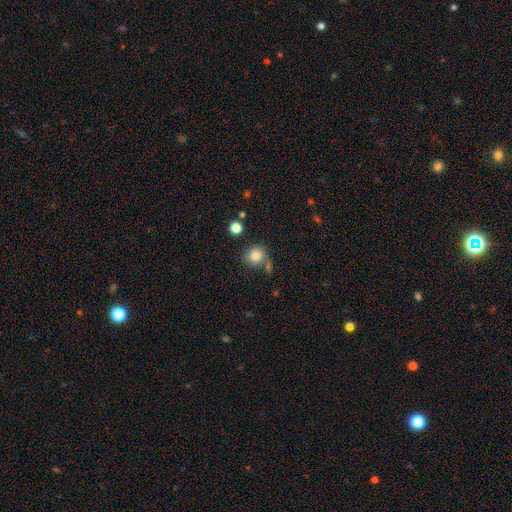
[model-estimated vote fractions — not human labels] A smooth galaxy with no disk features (83%) that is round (85%).

Vote fractions:
- Smooth or featured? smooth: 83% / star or artifact: 11% / featured or disk: 7%
- How rounded? round: 85% / in between: 14% / cigar-shaped: 1%
- Merging? none: 65% / minor disturbance: 16% / merger: 14% / major disturbance: 6%